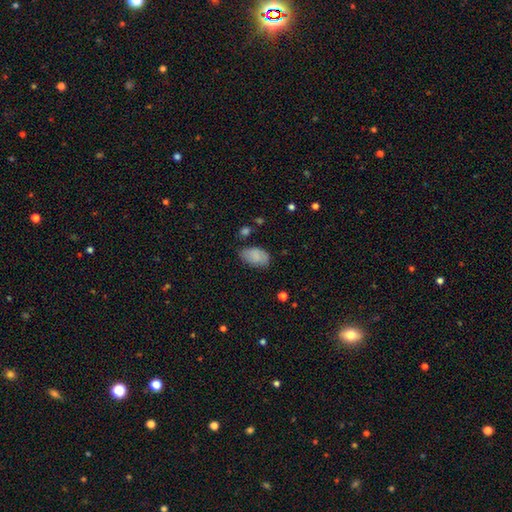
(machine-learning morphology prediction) The model was most divided on "merging": none: 68%, minor disturbance: 24%, major disturbance: 5%, merger: 3%. More confident: how rounded — in between (93%); smooth or featured — smooth (85%).